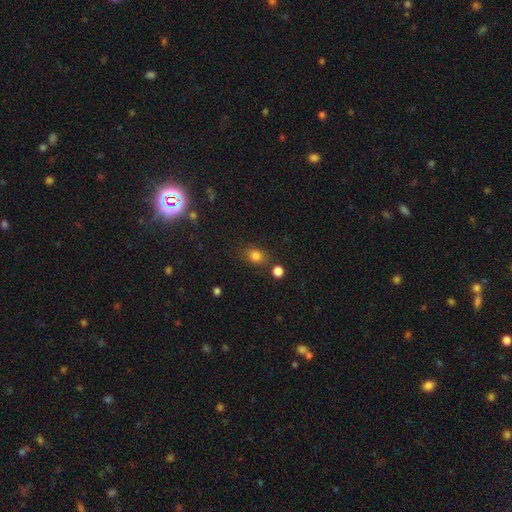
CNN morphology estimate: Smooth or featured? Predicted: smooth (p=0.82). How rounded? Predicted: in between (p=0.52). Merging? Predicted: none (p=0.74).